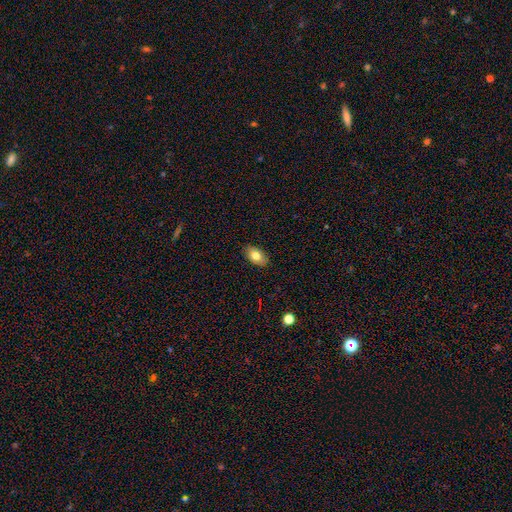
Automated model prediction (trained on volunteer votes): smooth_or_featured: smooth (p=0.78) [alt: featured or disk p=0.14]
how_rounded: in between (p=0.91) [alt: round p=0.08]
merging: none (p=0.86) [alt: minor disturbance p=0.11]